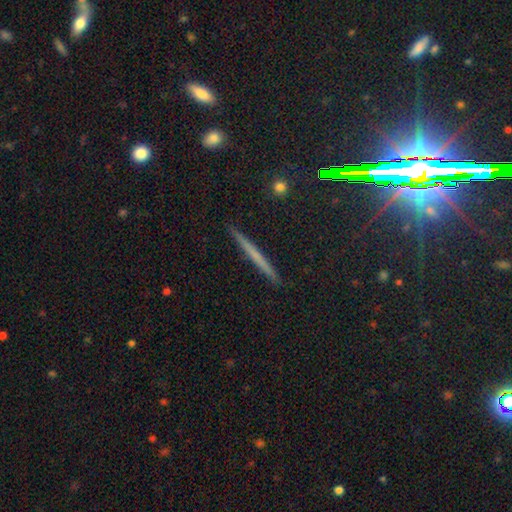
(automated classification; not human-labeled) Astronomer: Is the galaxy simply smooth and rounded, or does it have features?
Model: smooth — 45% (runner-up: featured or disk, 42%).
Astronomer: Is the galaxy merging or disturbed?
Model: none — 92%.